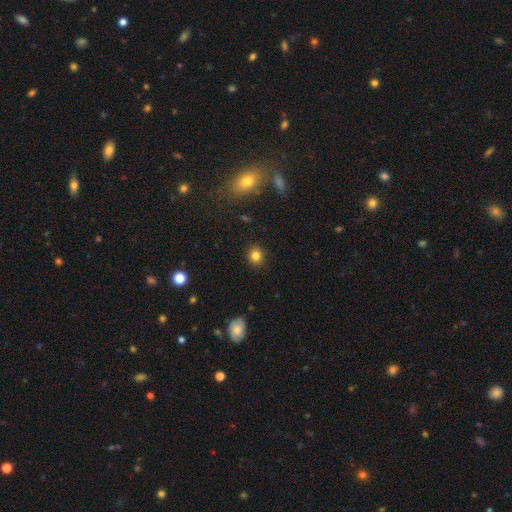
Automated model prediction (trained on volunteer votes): Q: Smooth or featured?
A: smooth (82%); runner-up: star or artifact (12%)
Q: How rounded?
A: round (86%); runner-up: in between (13%)
Q: Merging?
A: none (90%); runner-up: minor disturbance (7%)